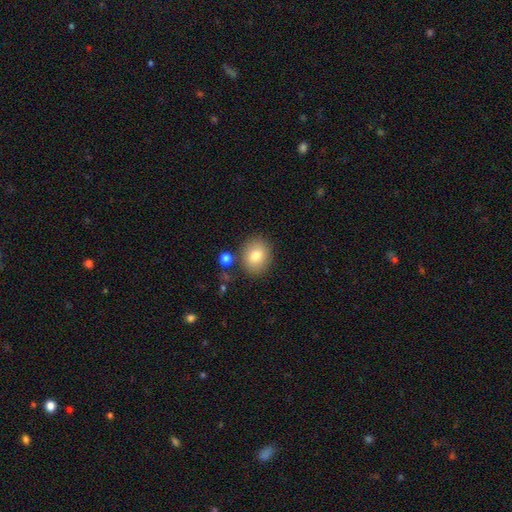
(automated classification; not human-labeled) Q: Smooth or featured?
A: smooth (79%); runner-up: featured or disk (11%)
Q: How rounded?
A: round (65%); runner-up: in between (34%)
Q: Merging?
A: none (81%); runner-up: minor disturbance (10%)